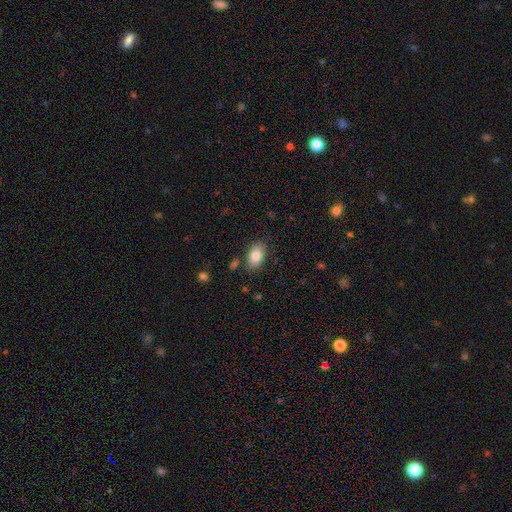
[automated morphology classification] A smooth galaxy with no disk features (83%) that is in between round and cigar-shaped (91%). Merging: none (83%).